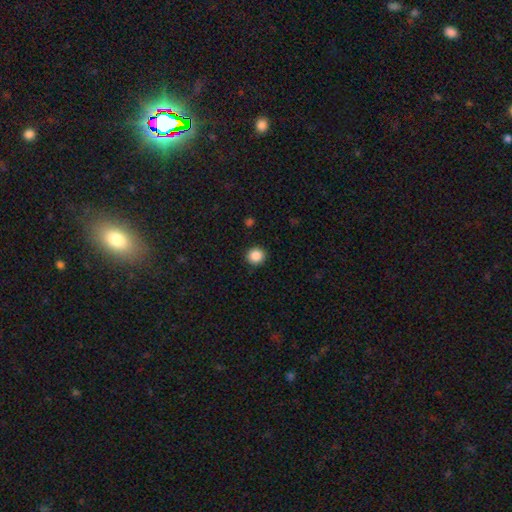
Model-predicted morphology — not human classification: This appears to be a smooth galaxy with no disk features (88%) that is round (90%). Merging: none (91%).